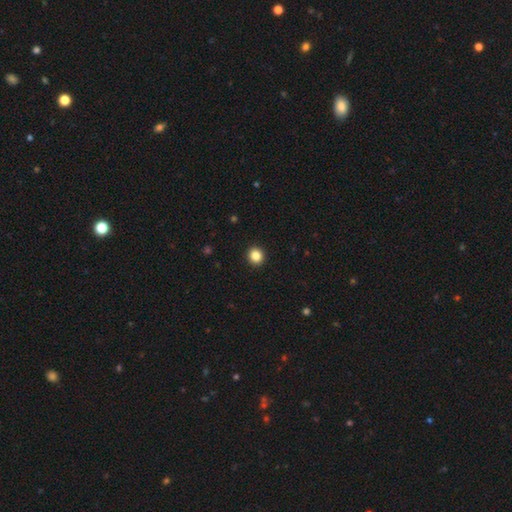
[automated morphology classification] Q: Smooth or featured?
A: smooth (85%); runner-up: star or artifact (11%)
Q: How rounded?
A: round (87%); runner-up: in between (12%)
Q: Merging?
A: none (93%); runner-up: minor disturbance (5%)